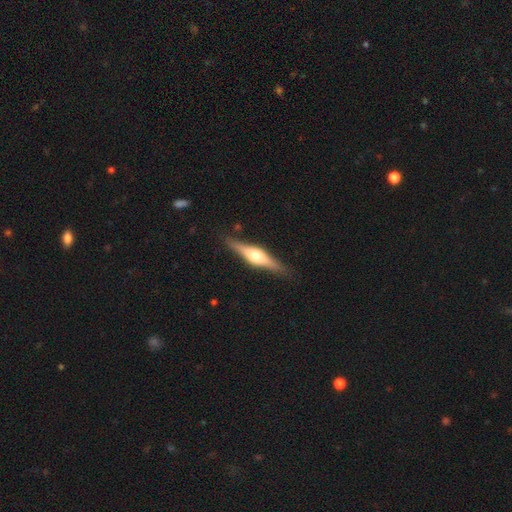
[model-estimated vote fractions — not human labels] A featured or disk galaxy (71%) viewed edge-on (97%) with a rounded central bulge (91%).

Vote fractions:
- Smooth or featured? featured or disk: 71% / smooth: 24% / star or artifact: 5%
- Edge-on disk? yes: 97% / no: 3%
- Edge-on bulge? rounded: 91% / boxy: 7% / none: 2%
- Merging? none: 87% / minor disturbance: 9% / major disturbance: 2% / merger: 1%